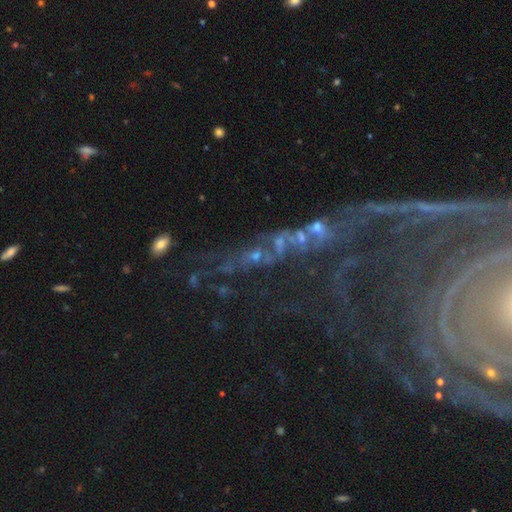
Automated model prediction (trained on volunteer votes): Q: Smooth or featured?
A: featured or disk (46%); runner-up: star or artifact (32%)
Q: Merging?
A: none (35%); runner-up: merger (28%)